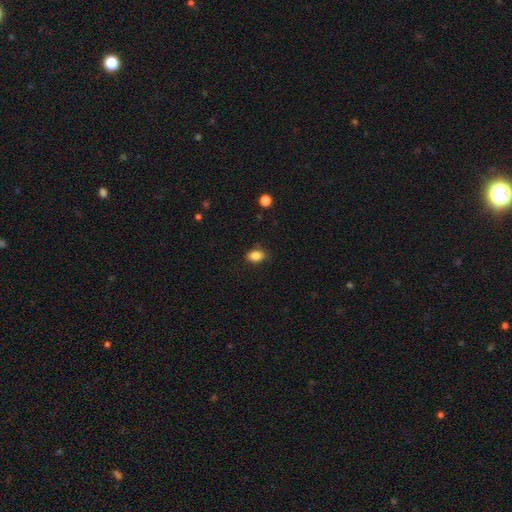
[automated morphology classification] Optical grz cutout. It shows a smooth galaxy with no disk features (85%) that is in between round and cigar-shaped (76%). Merging: none (79%).